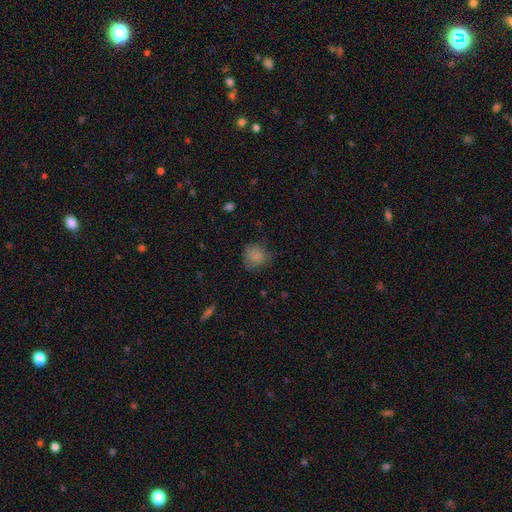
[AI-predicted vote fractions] This appears to be a smooth galaxy with no disk features (82%) that is round (81%). Merging: none (66%).